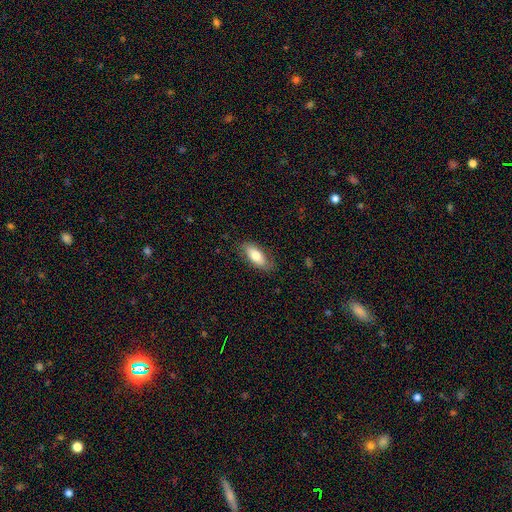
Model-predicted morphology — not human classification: smooth 73%, featured or disk 21%, star or artifact 6%. Down the decision tree: how rounded — in between (80%); merging — none (79%).